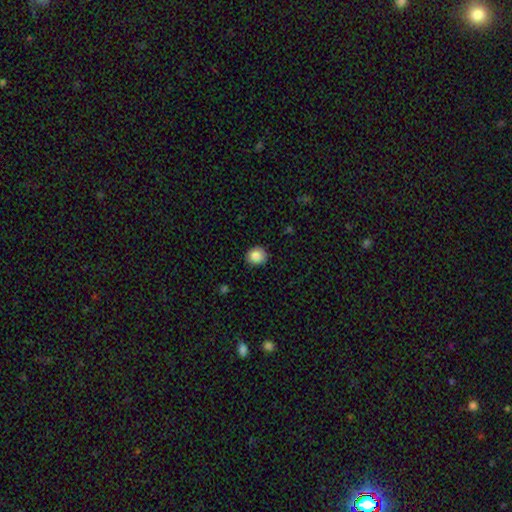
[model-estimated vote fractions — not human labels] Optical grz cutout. It shows a smooth galaxy with no disk features (86%) that is round (79%). Merging: none (88%).